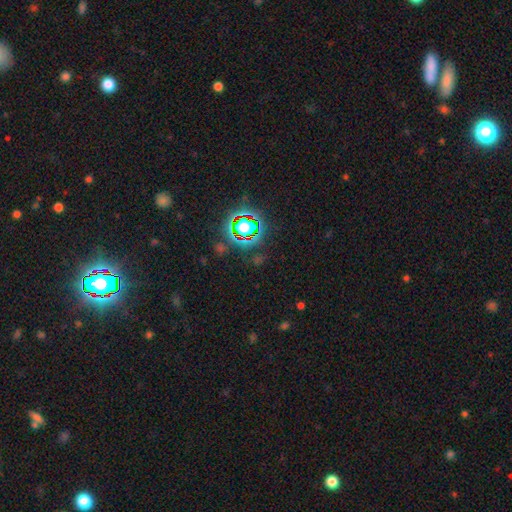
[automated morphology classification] This is likely a star or artifact rather than a galaxy (79%).